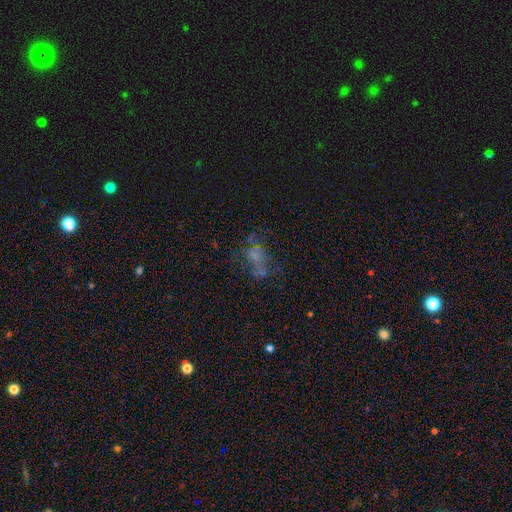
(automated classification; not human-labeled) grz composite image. It shows a featured or disk galaxy (39%). Merging: none (39%).